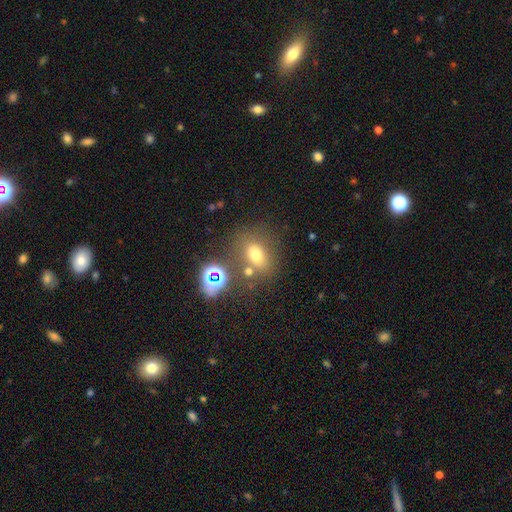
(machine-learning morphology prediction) Overall: smooth (65%). How rounded: in between (62%; round 36%). Merging: none (61%).